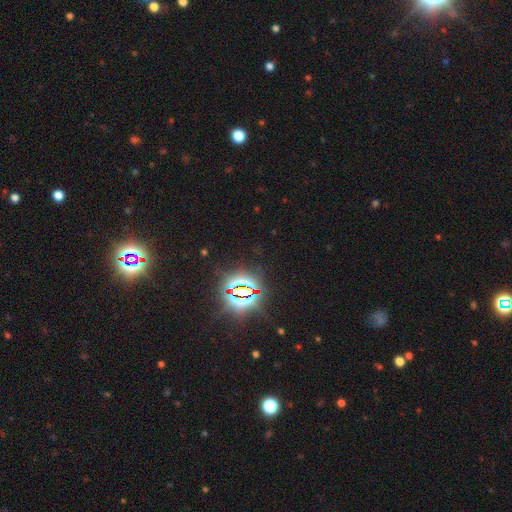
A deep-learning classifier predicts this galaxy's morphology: star or artifact 83%, smooth 10%, featured or disk 7%.